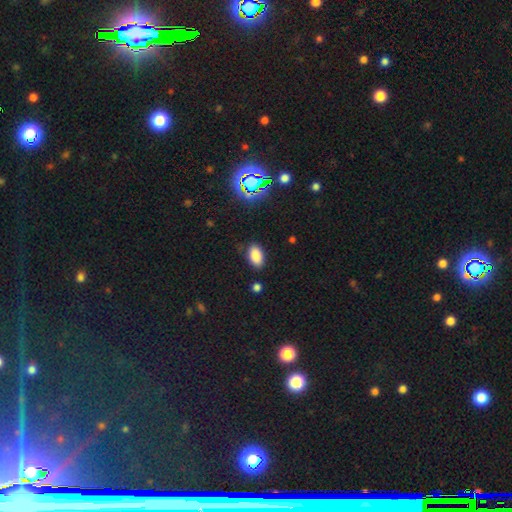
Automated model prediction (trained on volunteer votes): Q: Smooth or featured?
A: smooth (84%); runner-up: star or artifact (11%)
Q: How rounded?
A: in between (93%); runner-up: round (5%)
Q: Merging?
A: none (83%); runner-up: minor disturbance (12%)